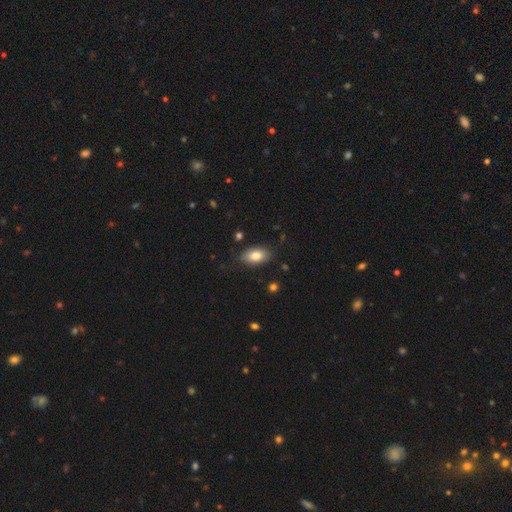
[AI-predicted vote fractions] This is clearly a smooth galaxy (81%). How rounded: clearly in between (91%). Merging: clearly none (82%).